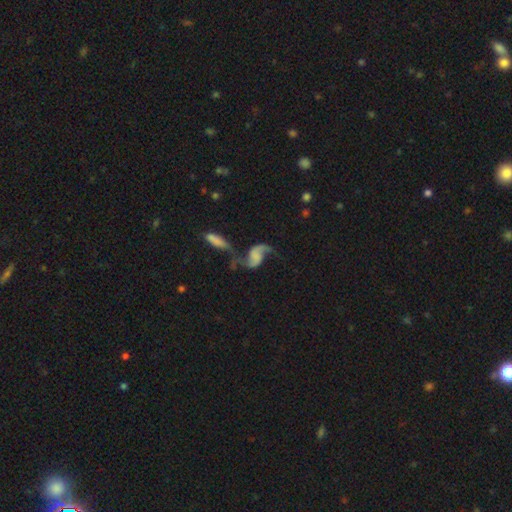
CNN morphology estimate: The model was most divided on "merging": none: 35%, merger: 34%, major disturbance: 16%, minor disturbance: 15%. More confident: edge-on disk — no (96%); spiral arms — yes (94%); spiral arm count — 2 (89%); spiral winding — loose (81%); smooth or featured — featured or disk (81%); bulge size — none (63%); bar — no (57%).